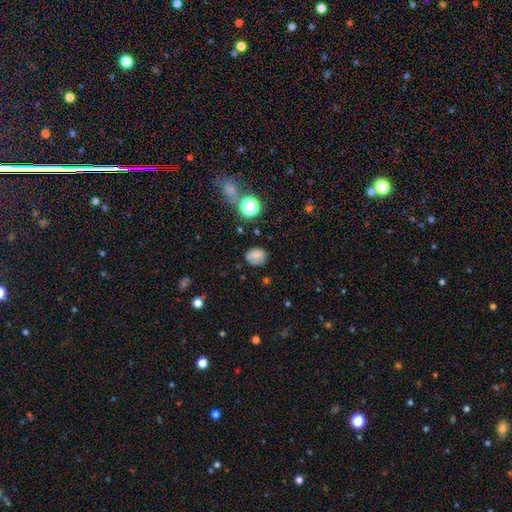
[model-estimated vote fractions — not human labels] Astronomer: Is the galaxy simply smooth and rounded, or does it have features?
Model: smooth — 78%.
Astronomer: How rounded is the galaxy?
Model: round — 57% (runner-up: in between, 42%).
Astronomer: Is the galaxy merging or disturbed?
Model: none — 73%.